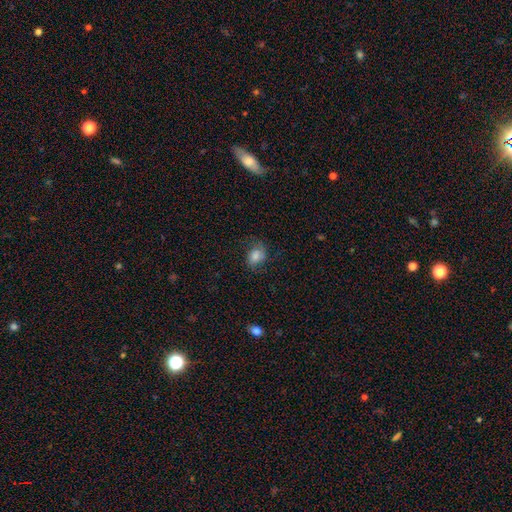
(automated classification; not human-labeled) This appears to be a smooth galaxy with no disk features (66%) that is in between round and cigar-shaped (60%). Merging: none (63%).